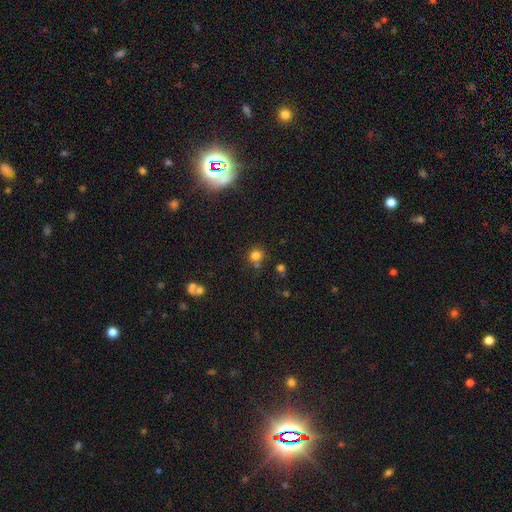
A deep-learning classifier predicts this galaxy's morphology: Smooth or featured: smooth — 78% (star or artifact — 16%)
How rounded: round — 85% (in between — 14%)
Merging: none — 69% (merger — 16%)